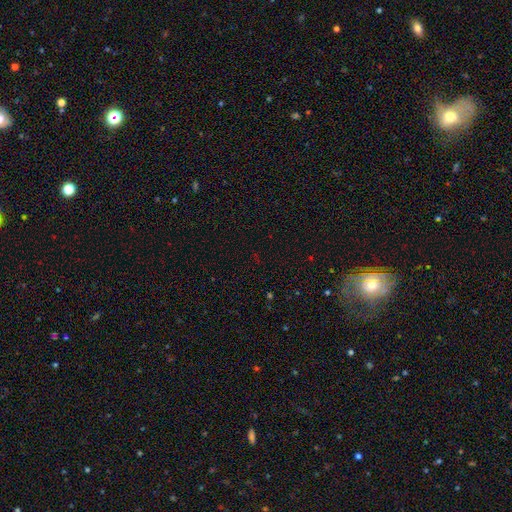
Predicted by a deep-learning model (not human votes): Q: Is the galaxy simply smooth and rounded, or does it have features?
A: star or artifact — 69%.